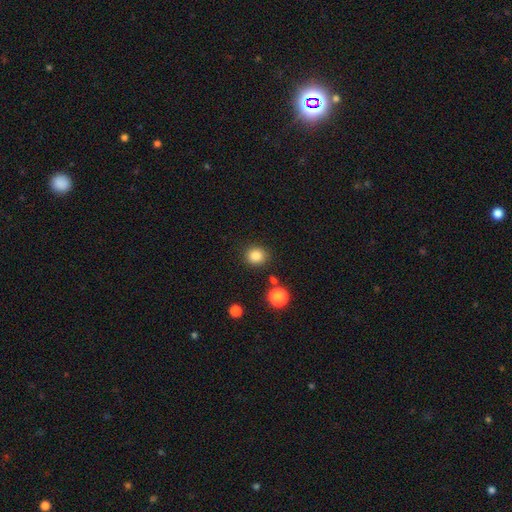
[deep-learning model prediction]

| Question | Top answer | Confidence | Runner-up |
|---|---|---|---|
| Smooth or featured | smooth | 85% | star or artifact (11%) |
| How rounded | round | 85% | in between (14%) |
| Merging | none | 86% | minor disturbance (8%) |